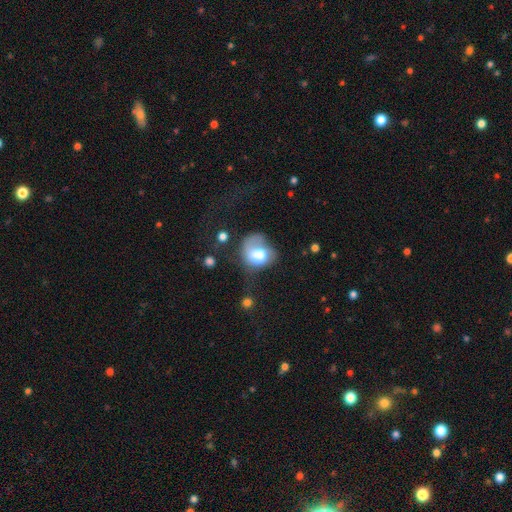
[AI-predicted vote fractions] Overall: smooth (62%; featured or disk 30%). How rounded: round (50%; in between 49%). Merging: major disturbance (40%; minor disturbance 27%).